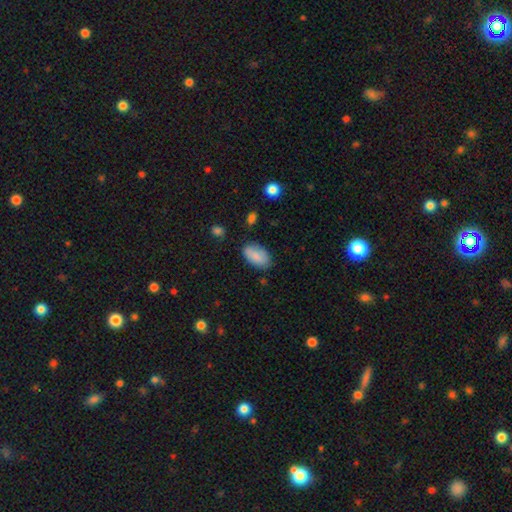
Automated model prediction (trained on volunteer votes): smooth 84%, featured or disk 9%, star or artifact 7%. Down the decision tree: how rounded — in between (94%); merging — none (73%).